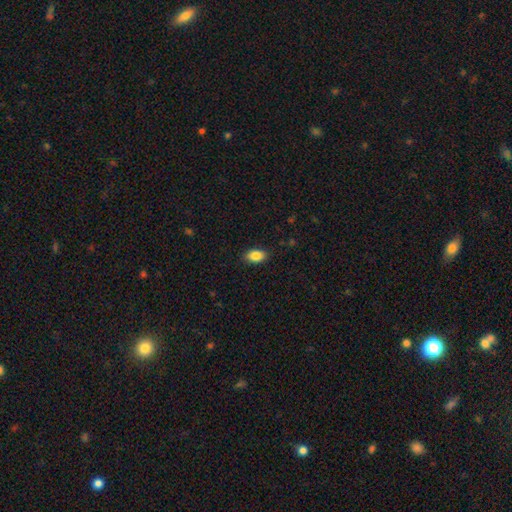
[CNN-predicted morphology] This appears to be a smooth galaxy with no disk features (87%) that is in between round and cigar-shaped (91%). Merging: none (88%).